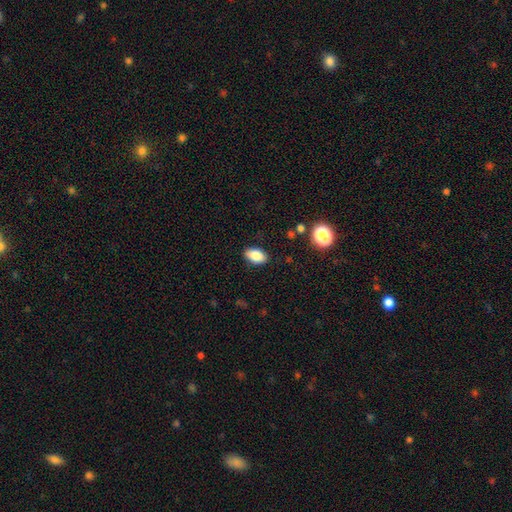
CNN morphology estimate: Smooth or featured: smooth — 85% (star or artifact — 9%)
How rounded: in between — 91% (round — 7%)
Merging: none — 87% (minor disturbance — 10%)